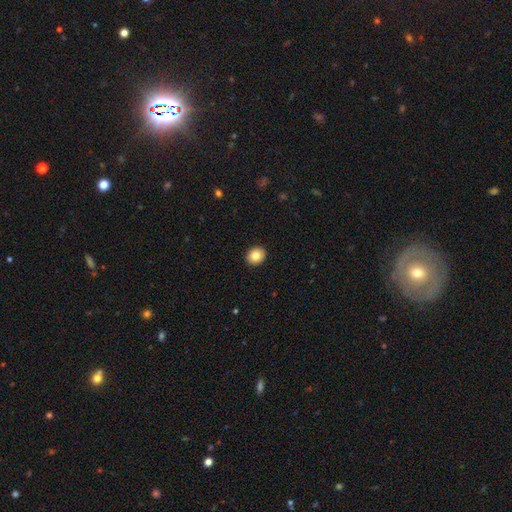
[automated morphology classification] smooth-or-featured: smooth: 84% | star or artifact: 9% | featured or disk: 7%
  how-rounded: round: 65% | in between: 34% | cigar-shaped: 1%
  merging: none: 92% | minor disturbance: 5% | major disturbance: 2% | merger: 1%